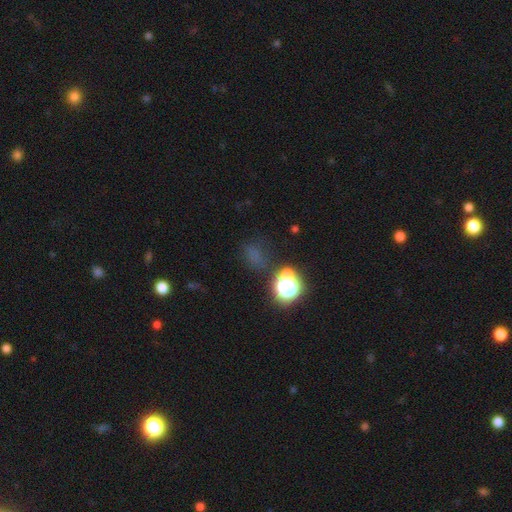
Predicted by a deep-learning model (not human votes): Smooth or featured? Predicted: smooth (p=0.50). Merging? Predicted: none (p=0.68).